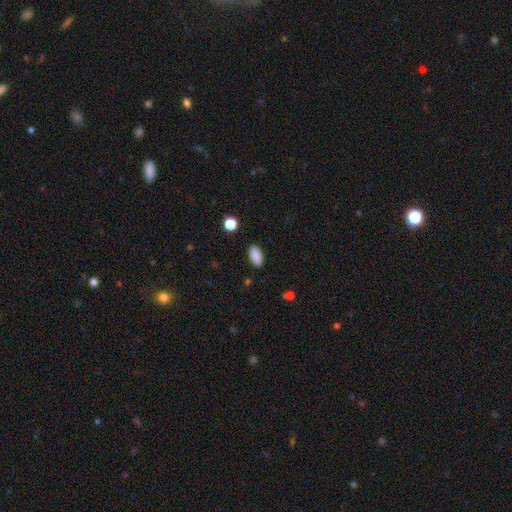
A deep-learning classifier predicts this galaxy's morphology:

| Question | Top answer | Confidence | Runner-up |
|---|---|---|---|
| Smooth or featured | smooth | 89% | star or artifact (8%) |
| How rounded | in between | 93% | cigar-shaped (4%) |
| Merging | none | 88% | minor disturbance (8%) |